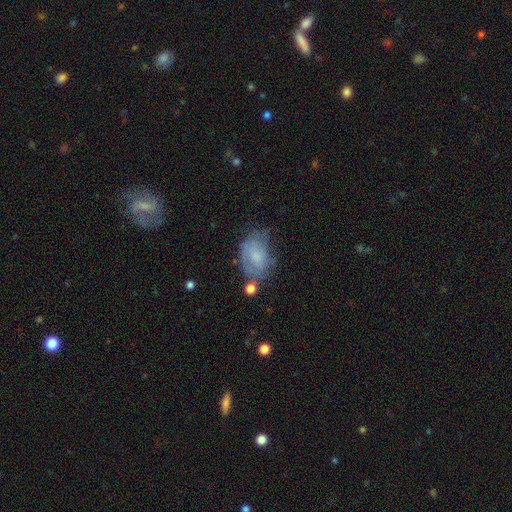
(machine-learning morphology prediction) Smooth or featured?
  - smooth: 53% *
  - featured or disk: 38%
  - star or artifact: 9%
How rounded?
  - in between: 86% *
  - round: 13%
  - cigar-shaped: 2%
Merging?
  - none: 41% *
  - minor disturbance: 33%
  - major disturbance: 18%
  - merger: 7%